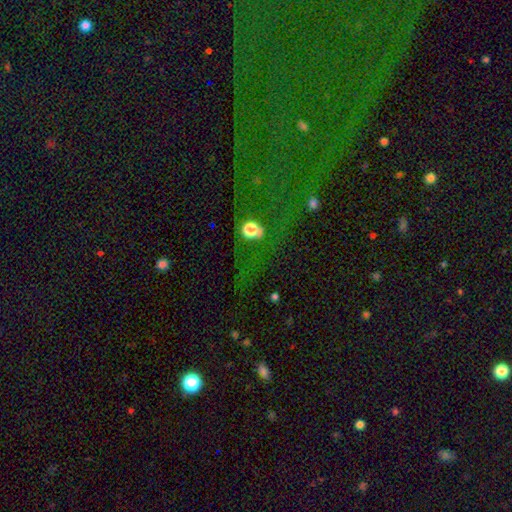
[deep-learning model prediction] This is likely a star or artifact rather than a galaxy (72%).